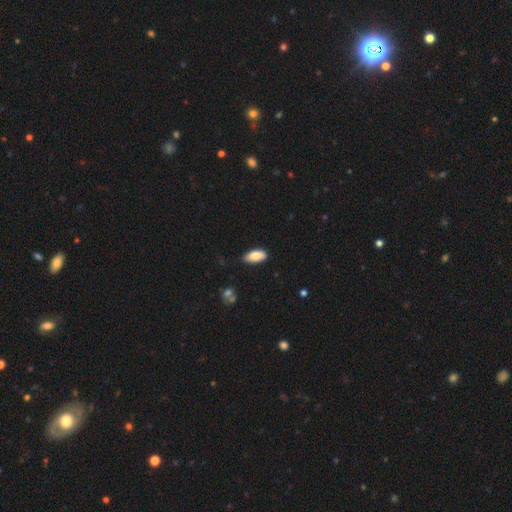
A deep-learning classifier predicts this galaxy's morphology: smooth_or_featured: smooth (p=0.82) [alt: featured or disk p=0.12]
how_rounded: in between (p=0.89) [alt: cigar-shaped p=0.09]
merging: none (p=0.74) [alt: minor disturbance p=0.21]